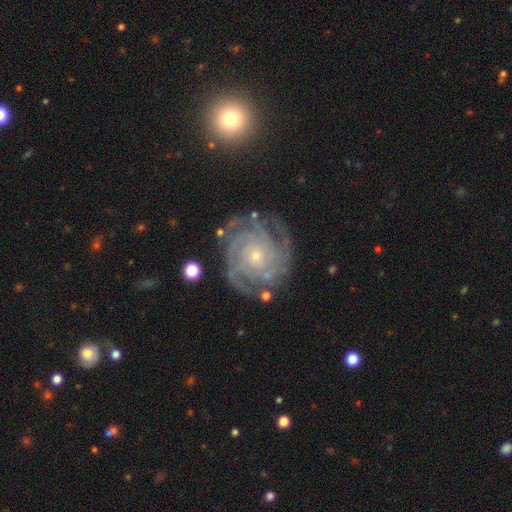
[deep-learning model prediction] Morphology: type=featured or disk (90%); edge-on=no (98%); bar=no (79%); spiral arms=yes (98%); winding=tight (79%); arm count=4 (29%); bulge=small (80%); merging=none (76%).